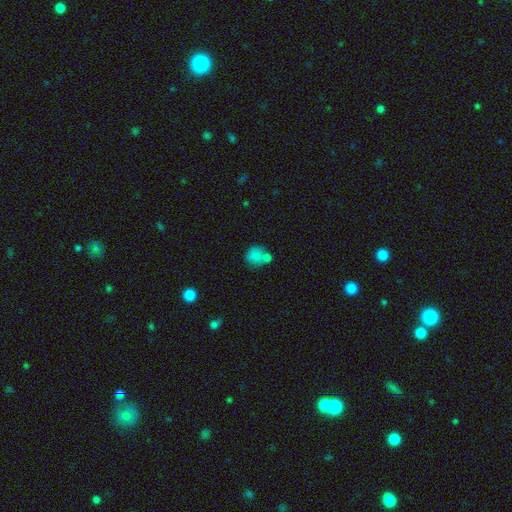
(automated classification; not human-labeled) A smooth galaxy with no disk features (80%) that is round (79%). Merging: none (52%).